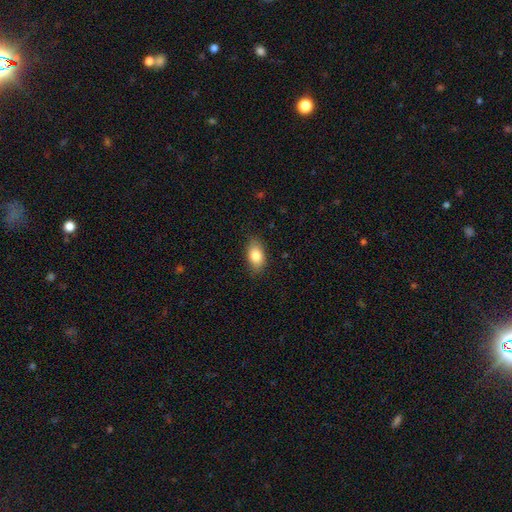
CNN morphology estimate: Smooth or featured? Predicted: smooth (p=0.84). How rounded? Predicted: in between (p=0.89). Merging? Predicted: none (p=0.82).